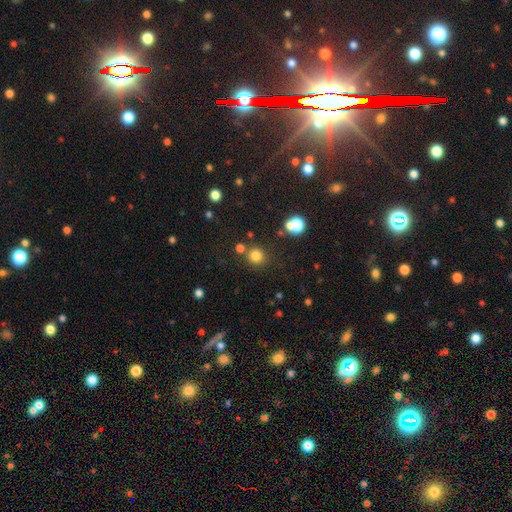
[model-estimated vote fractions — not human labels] smooth-or-featured: smooth: 78% | star or artifact: 16% | featured or disk: 5%
  how-rounded: round: 91% | in between: 8% | cigar-shaped: 1%
  merging: none: 77% | merger: 10% | minor disturbance: 9% | major disturbance: 4%